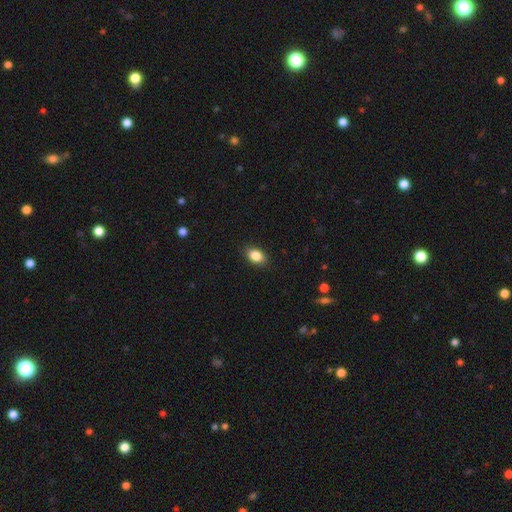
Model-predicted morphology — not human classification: A smooth galaxy with no disk features (86%) that is in between round and cigar-shaped (84%). Merging: none (89%).